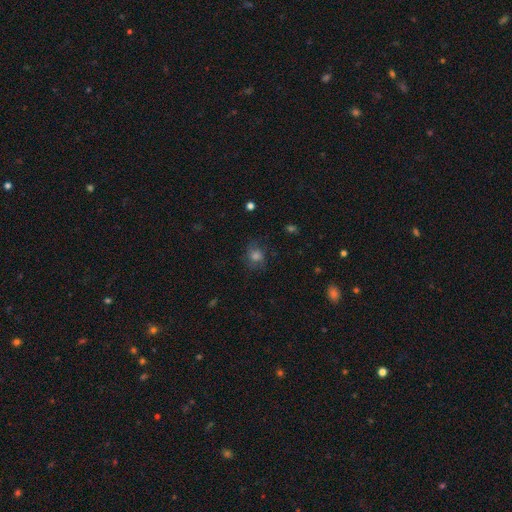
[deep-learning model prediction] Smooth or featured? smooth (61%)
How rounded? round (73%)
Merging? none (71%)